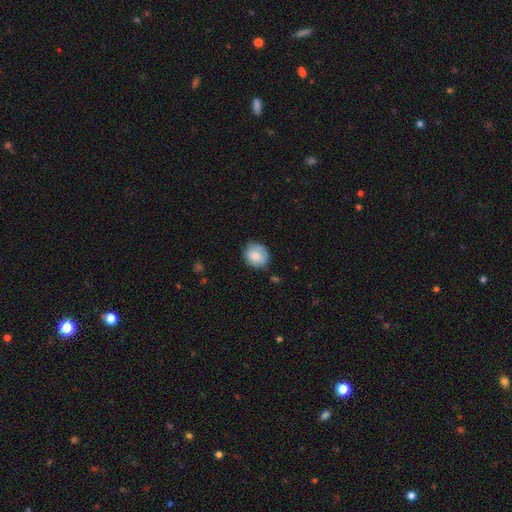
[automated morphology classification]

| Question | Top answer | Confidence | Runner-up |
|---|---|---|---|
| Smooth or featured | smooth | 77% | featured or disk (15%) |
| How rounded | round | 71% | in between (28%) |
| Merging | none | 71% | minor disturbance (22%) |